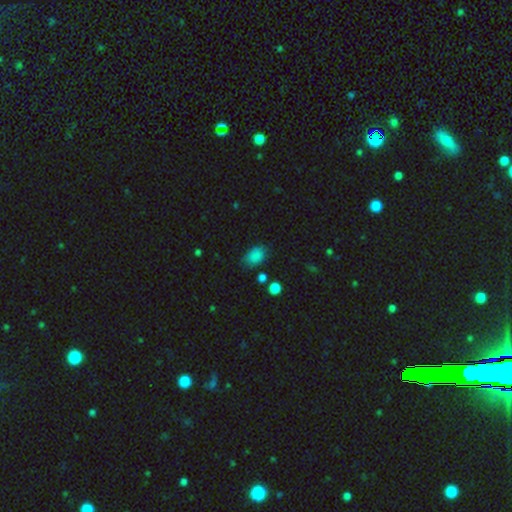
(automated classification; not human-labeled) Overall: smooth (83%). How rounded: in between (79%). Merging: none (69%).